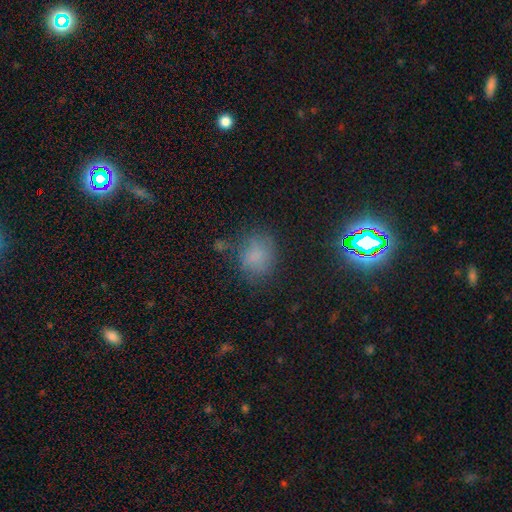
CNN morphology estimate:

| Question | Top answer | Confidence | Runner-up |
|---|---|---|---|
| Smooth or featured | smooth | 69% | star or artifact (21%) |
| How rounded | round | 56% | in between (43%) |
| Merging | none | 68% | minor disturbance (21%) |